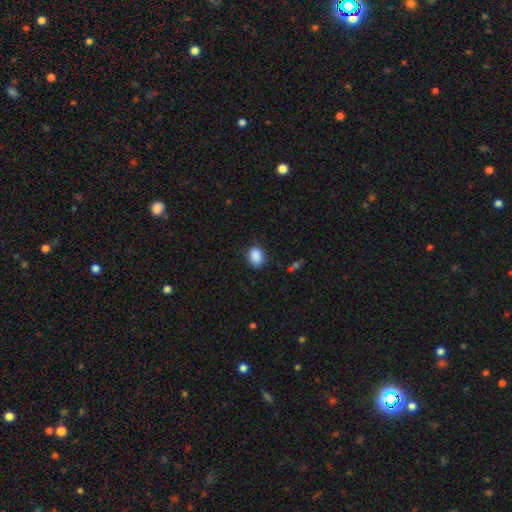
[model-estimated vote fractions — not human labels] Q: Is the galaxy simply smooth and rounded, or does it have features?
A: smooth — 89%.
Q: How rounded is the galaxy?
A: in between — 73%.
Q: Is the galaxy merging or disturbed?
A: none — 79%.